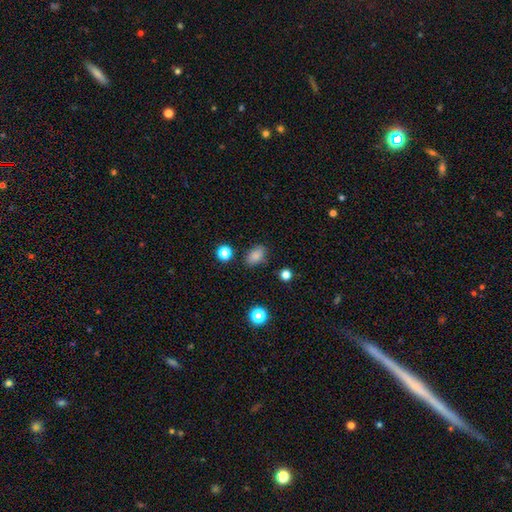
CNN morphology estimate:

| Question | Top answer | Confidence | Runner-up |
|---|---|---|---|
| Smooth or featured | smooth | 83% | star or artifact (11%) |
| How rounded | in between | 85% | round (13%) |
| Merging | none | 80% | minor disturbance (14%) |